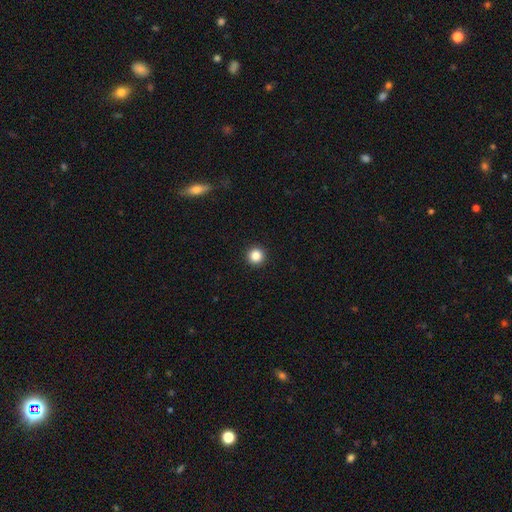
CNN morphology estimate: Overall: smooth (85%). How rounded: round (96%). Merging: none (94%).